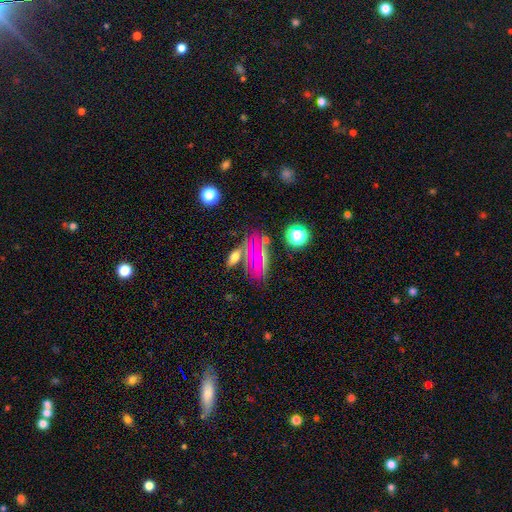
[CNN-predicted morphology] Smooth or featured? Predicted: smooth (p=0.45). Merging? Predicted: none (p=0.62).